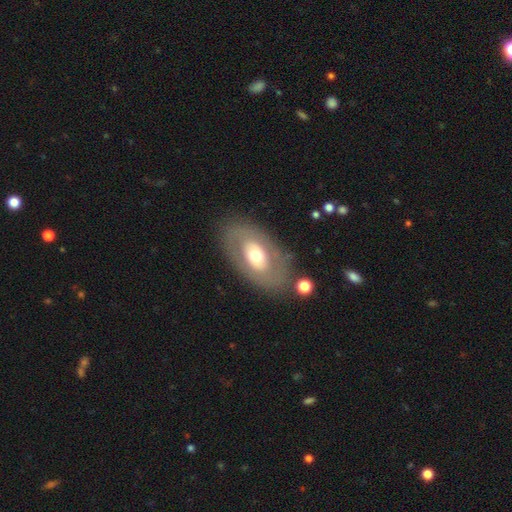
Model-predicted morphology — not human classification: Smooth or featured? featured or disk (50%)
Edge-on disk? no (89%)
Merging? none (79%)